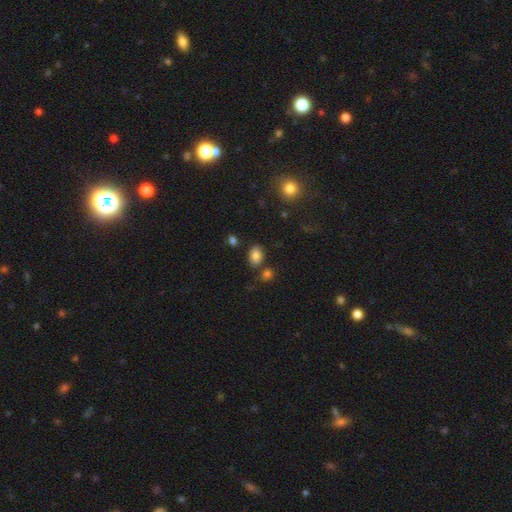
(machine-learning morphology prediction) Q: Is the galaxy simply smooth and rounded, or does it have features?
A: smooth — 83%.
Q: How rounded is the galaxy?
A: in between — 81%.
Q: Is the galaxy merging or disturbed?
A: none — 77%.